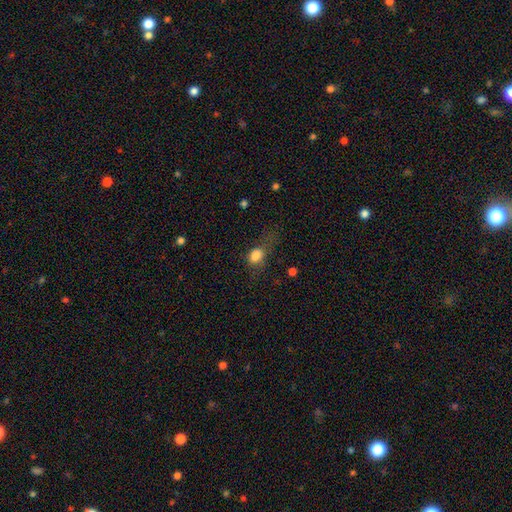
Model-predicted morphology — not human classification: A smooth galaxy with no disk features (82%) that is in between round and cigar-shaped (66%). Merging: none (39%).